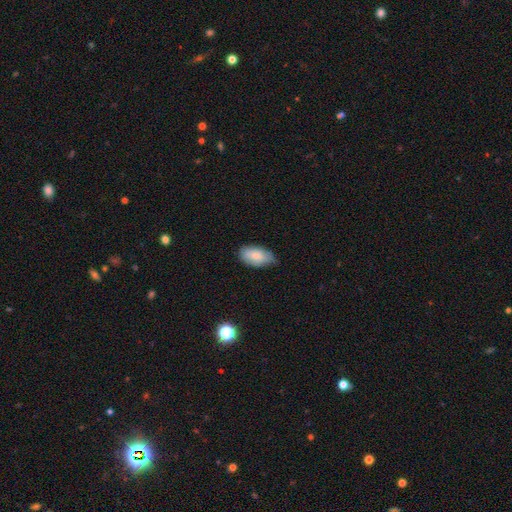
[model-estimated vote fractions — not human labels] Smooth or featured: smooth — 82% (featured or disk — 12%)
How rounded: in between — 94% (round — 4%)
Merging: none — 61% (minor disturbance — 33%)